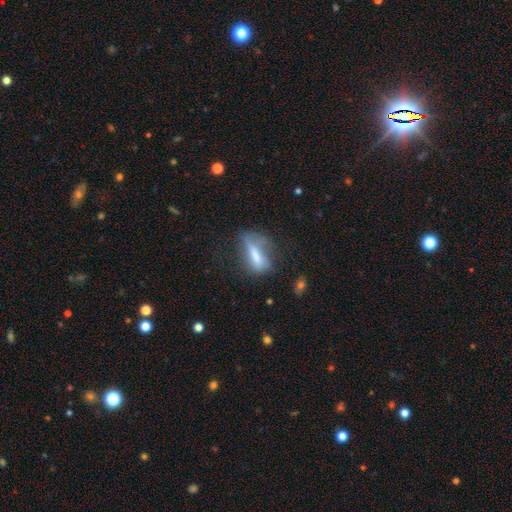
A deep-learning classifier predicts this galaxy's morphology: Overall: smooth (59%; featured or disk 31%). How rounded: in between (48%, tied with cigar-shaped). Merging: none (40%; major disturbance 29%).